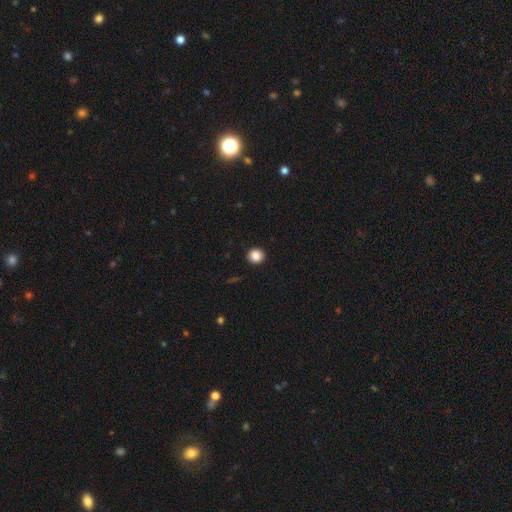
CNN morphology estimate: A smooth galaxy with no disk features (85%) that is round (90%).

Vote fractions:
- Smooth or featured? smooth: 85% / star or artifact: 10% / featured or disk: 5%
- How rounded? round: 90% / in between: 9% / cigar-shaped: 1%
- Merging? none: 93% / minor disturbance: 4% / major disturbance: 1% / merger: 1%